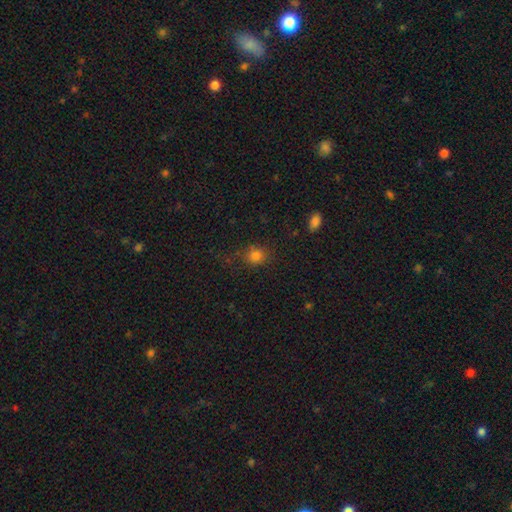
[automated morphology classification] Q: Smooth or featured?
A: smooth (79%); runner-up: star or artifact (15%)
Q: How rounded?
A: round (74%); runner-up: in between (25%)
Q: Merging?
A: none (77%); runner-up: minor disturbance (14%)